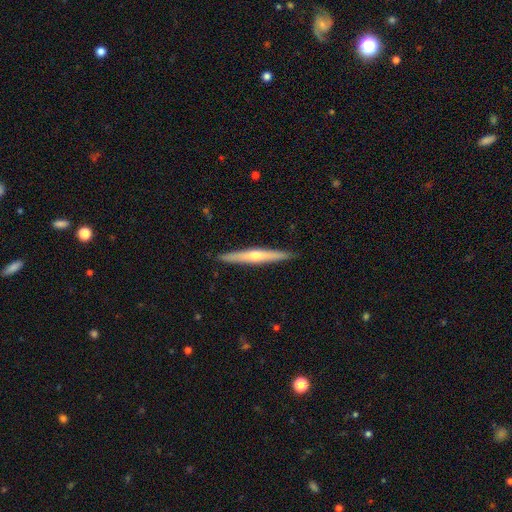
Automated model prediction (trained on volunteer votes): Smooth or featured? featured or disk (64%)
Edge-on disk? yes (97%)
Edge-on bulge? rounded (81%)
Merging? none (91%)